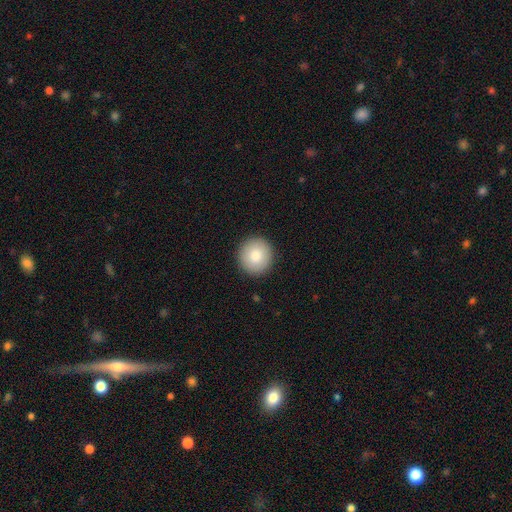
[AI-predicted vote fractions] A smooth galaxy with no disk features (82%) that is round (95%). Merging: none (92%).